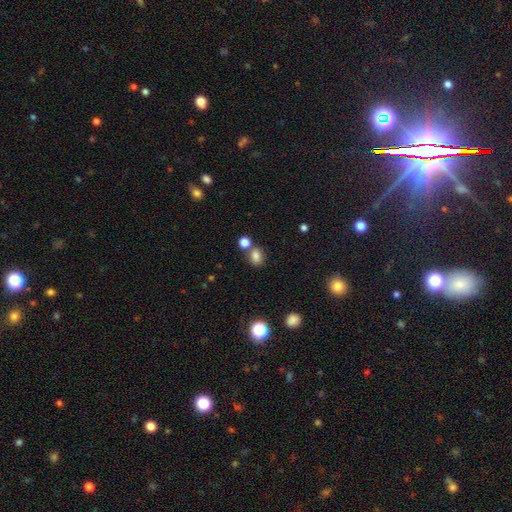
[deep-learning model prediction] This appears to be a smooth galaxy with no disk features (80%) that is in between round and cigar-shaped (52%). Merging: none (63%).